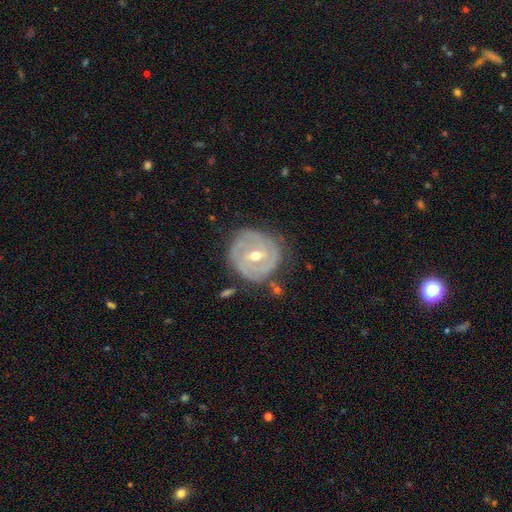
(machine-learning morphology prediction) Q: Smooth or featured?
A: featured or disk (81%); runner-up: smooth (13%)
Q: Edge-on disk?
A: no (97%); runner-up: yes (3%)
Q: Bar?
A: weak (51%); runner-up: no (29%)
Q: Spiral arms?
A: yes (86%); runner-up: no (14%)
Q: Spiral winding?
A: tight (74%); runner-up: medium (20%)
Q: Spiral arm count?
A: 2 (33%); runner-up: can't tell (30%)
Q: Bulge size?
A: moderate (68%); runner-up: small (28%)
Q: Merging?
A: none (75%); runner-up: minor disturbance (17%)